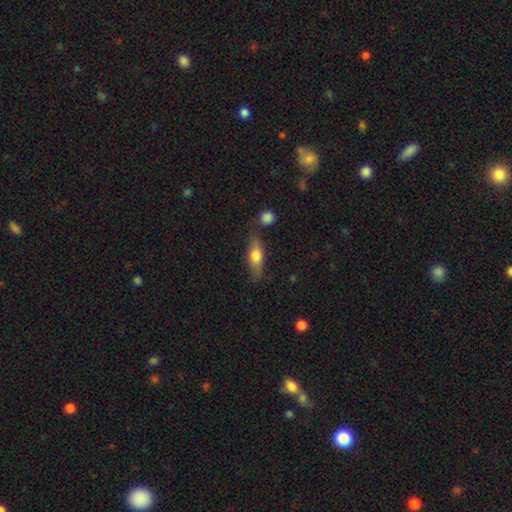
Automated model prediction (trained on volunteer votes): Overall: smooth (63%; featured or disk 30%). How rounded: in between (59%; cigar-shaped 36%). Merging: none (74%).